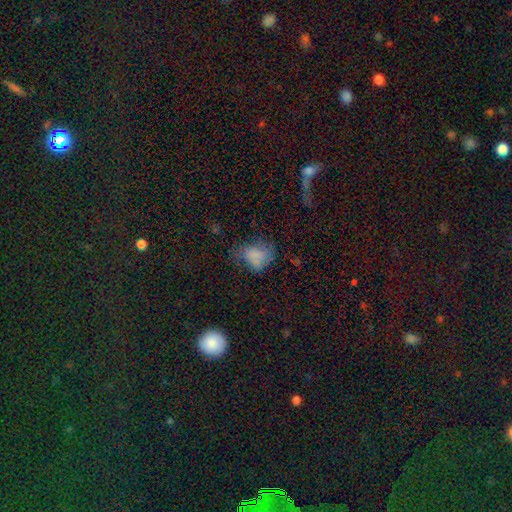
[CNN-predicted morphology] Q: Smooth or featured?
A: smooth (72%); runner-up: star or artifact (14%)
Q: How rounded?
A: in between (71%); runner-up: round (27%)
Q: Merging?
A: none (34%); runner-up: minor disturbance (31%)